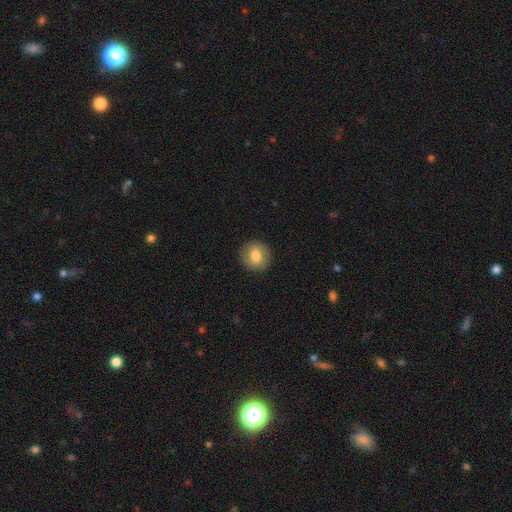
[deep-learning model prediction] smooth 71%, featured or disk 21%, star or artifact 8%. Down the decision tree: how rounded — round (86%); merging — none (89%).